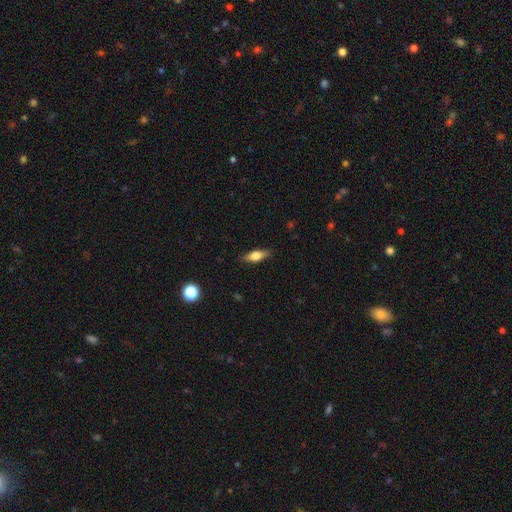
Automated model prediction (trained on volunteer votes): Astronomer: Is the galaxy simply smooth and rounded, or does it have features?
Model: smooth — 66%.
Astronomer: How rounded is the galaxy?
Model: in between — 62%.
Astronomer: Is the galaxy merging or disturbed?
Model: none — 85%.